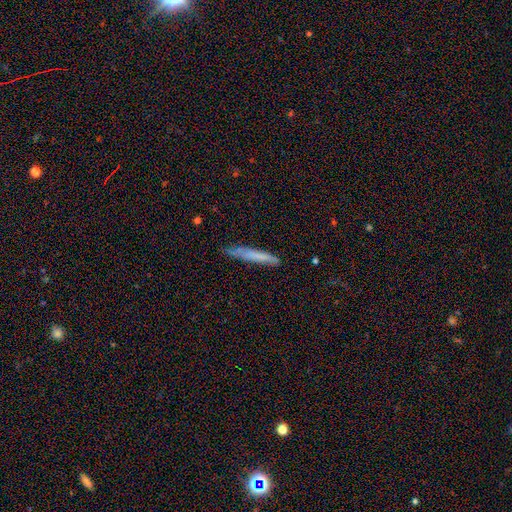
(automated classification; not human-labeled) Smooth or featured? smooth (65%)
How rounded? cigar-shaped (95%)
Merging? none (72%)